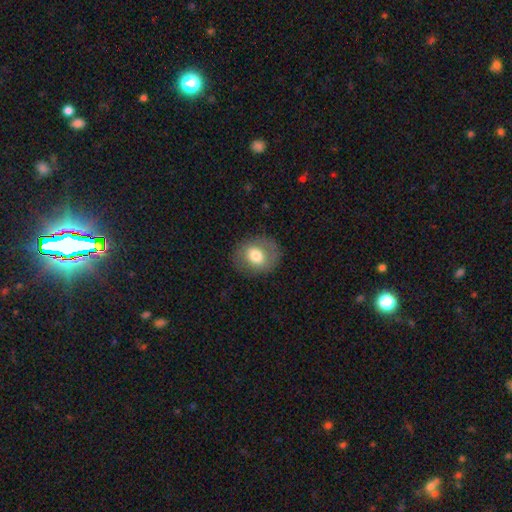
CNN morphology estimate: Overall: smooth (69%). How rounded: round (59%; in between 40%). Merging: none (80%).